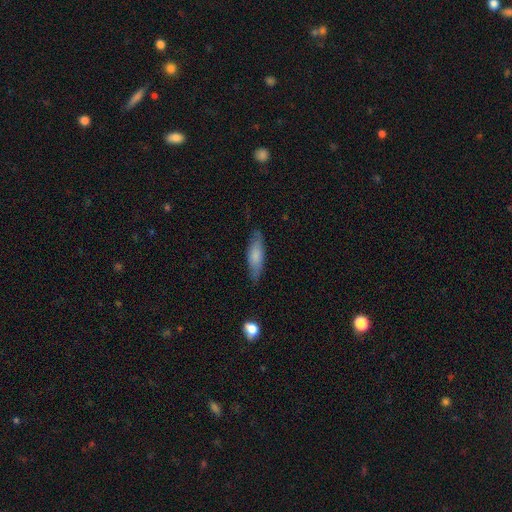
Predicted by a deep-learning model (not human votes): This is likely a smooth galaxy (72%). How rounded: possibly cigar-shaped (53%). Merging: likely none (78%).